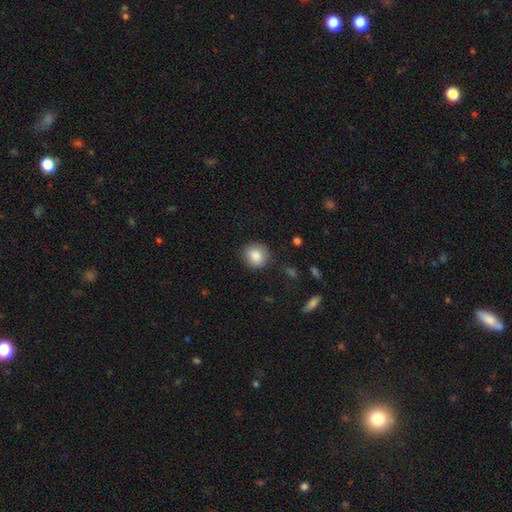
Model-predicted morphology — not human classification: Smooth or featured? smooth (85%)
How rounded? round (87%)
Merging? none (85%)